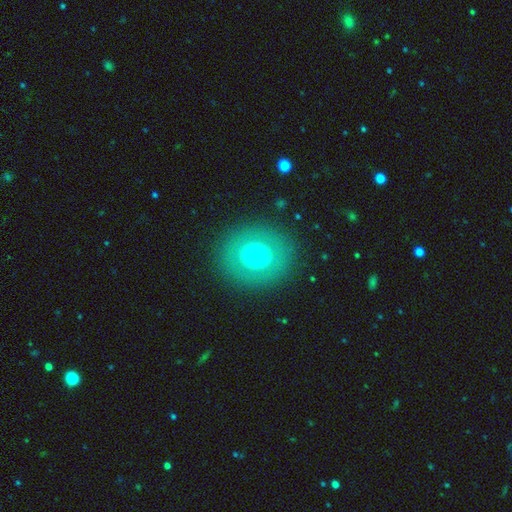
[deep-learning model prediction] This appears to be a smooth galaxy with no disk features (61%) that is round (85%). Merging: none (87%).